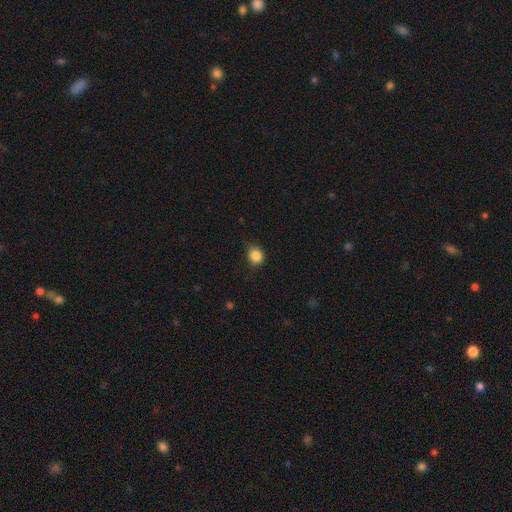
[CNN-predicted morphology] Smooth or featured? smooth (85%)
How rounded? round (78%)
Merging? none (69%)